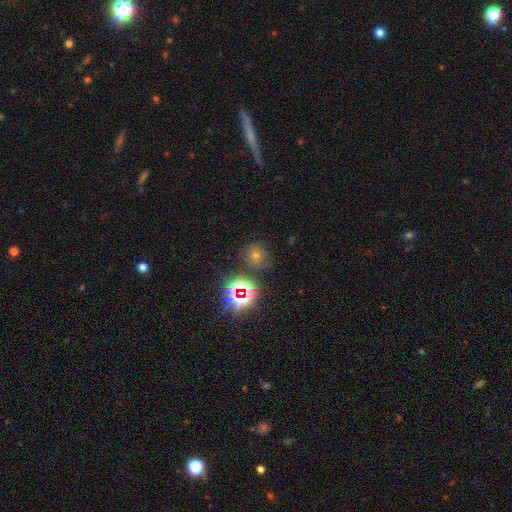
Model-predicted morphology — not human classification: star or artifact 49%, smooth 40%, featured or disk 11%.